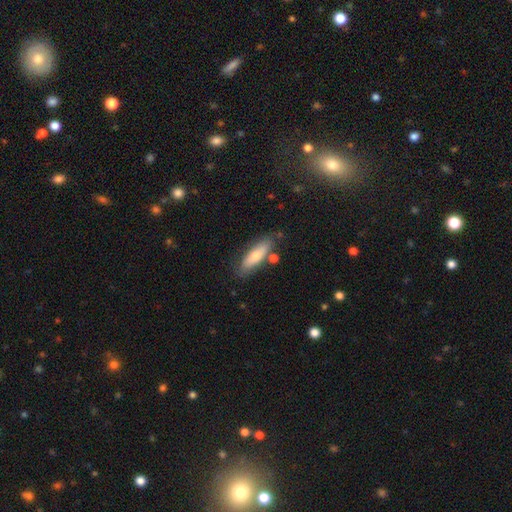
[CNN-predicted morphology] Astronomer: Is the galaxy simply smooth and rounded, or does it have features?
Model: smooth — 67%.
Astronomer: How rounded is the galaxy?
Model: cigar-shaped — 51% (runner-up: in between, 47%).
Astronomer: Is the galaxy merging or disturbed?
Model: none — 76%.